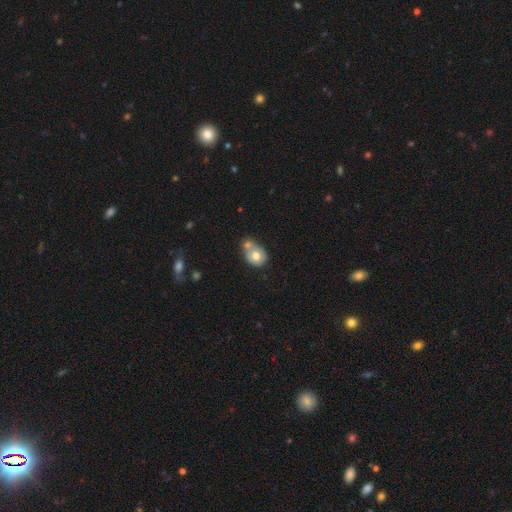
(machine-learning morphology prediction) type=smooth (68%); roundness=round (53%); merging=merger (56%).